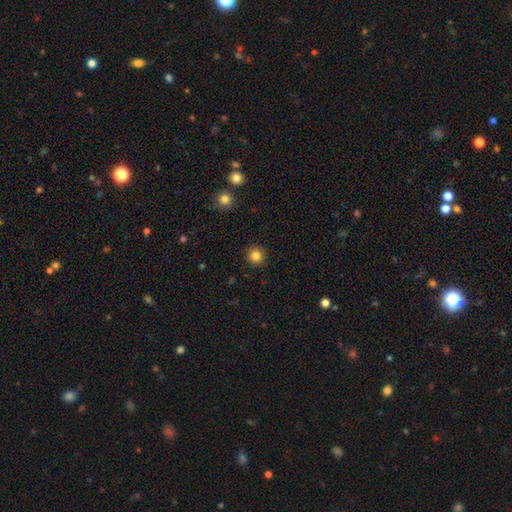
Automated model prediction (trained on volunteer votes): This is clearly a smooth galaxy (83%). How rounded: clearly round (95%). Merging: clearly none (92%).